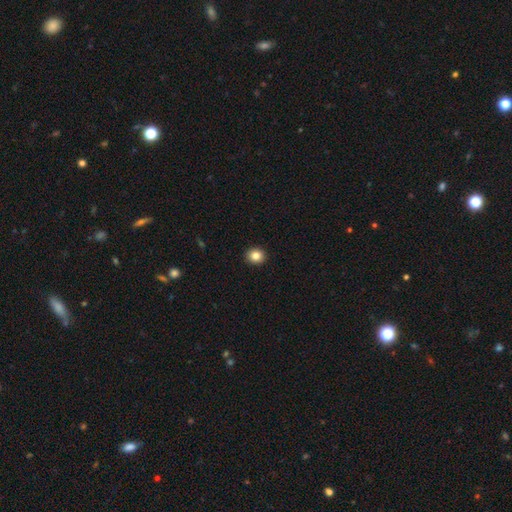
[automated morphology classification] Q: Smooth or featured?
A: smooth (85%); runner-up: star or artifact (10%)
Q: How rounded?
A: round (78%); runner-up: in between (21%)
Q: Merging?
A: none (93%); runner-up: minor disturbance (5%)